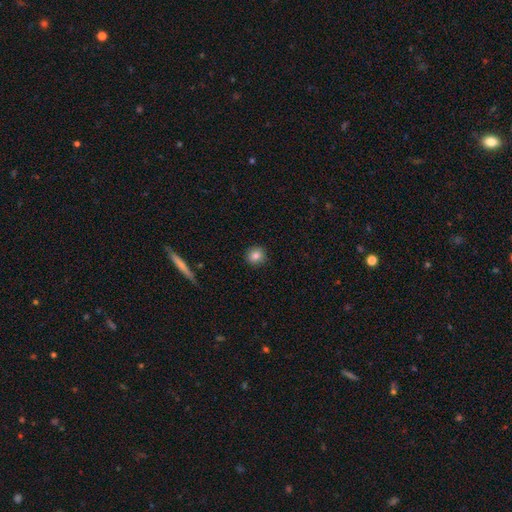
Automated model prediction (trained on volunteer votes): Smooth or featured: smooth — 83% (star or artifact — 10%)
How rounded: round — 92% (in between — 7%)
Merging: none — 91% (minor disturbance — 6%)